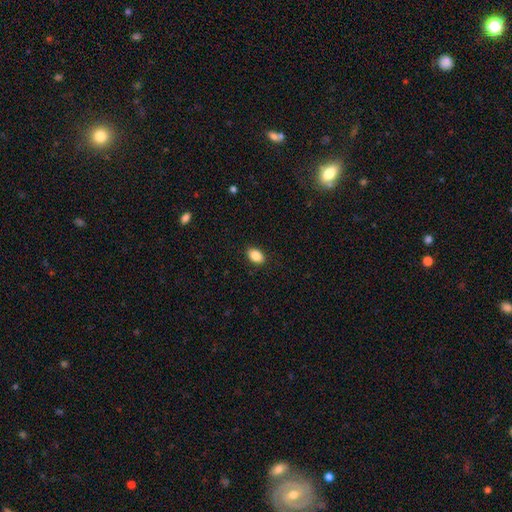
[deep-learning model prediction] smooth-or-featured: smooth: 88% | star or artifact: 8% | featured or disk: 4%
  how-rounded: in between: 87% | round: 12% | cigar-shaped: 1%
  merging: none: 89% | minor disturbance: 8% | major disturbance: 2% | merger: 1%